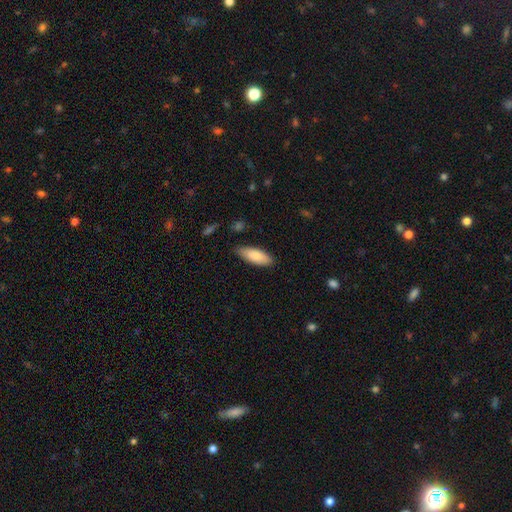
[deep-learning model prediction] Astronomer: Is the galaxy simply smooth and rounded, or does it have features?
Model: smooth — 83%.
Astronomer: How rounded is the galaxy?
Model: in between — 72%.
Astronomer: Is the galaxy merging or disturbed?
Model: none — 84%.